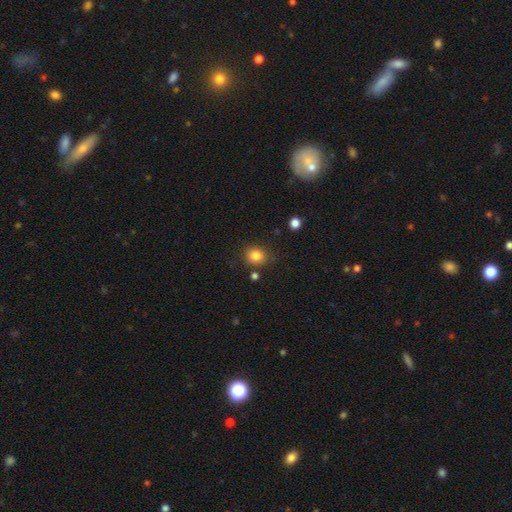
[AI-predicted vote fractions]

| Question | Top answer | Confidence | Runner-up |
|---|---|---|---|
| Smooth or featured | smooth | 84% | star or artifact (11%) |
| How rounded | round | 81% | in between (18%) |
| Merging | none | 80% | minor disturbance (11%) |